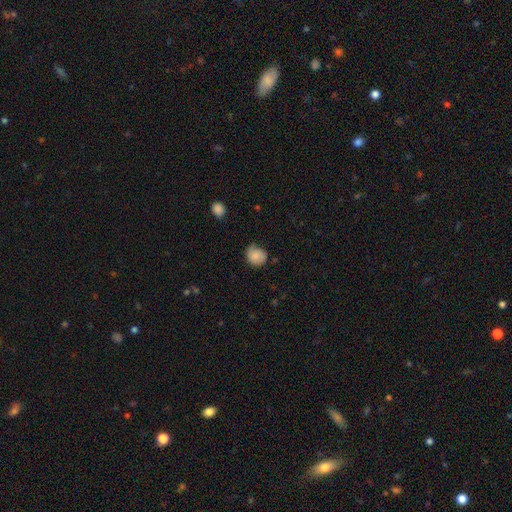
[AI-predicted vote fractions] A smooth galaxy with no disk features (81%) that is round (77%).

Vote fractions:
- Smooth or featured? smooth: 81% / featured or disk: 11% / star or artifact: 8%
- How rounded? round: 77% / in between: 22% / cigar-shaped: 1%
- Merging? none: 59% / minor disturbance: 32% / major disturbance: 7% / merger: 2%